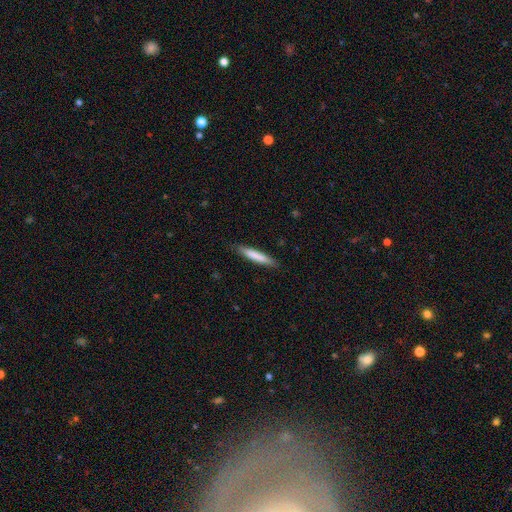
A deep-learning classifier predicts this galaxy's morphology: type=smooth (78%); roundness=cigar-shaped (92%); merging=none (86%).